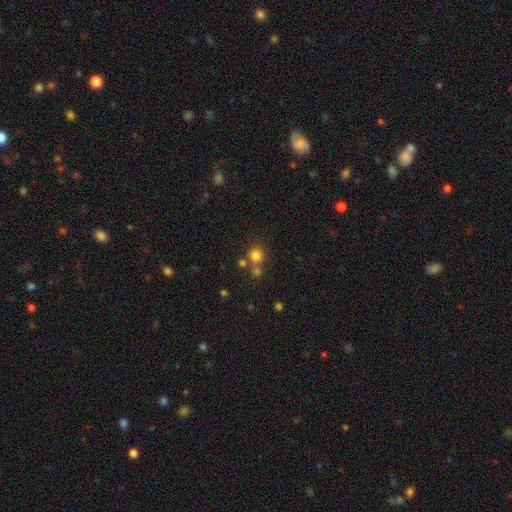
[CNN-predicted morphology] Smooth or featured? Predicted: smooth (p=0.79). How rounded? Predicted: round (p=0.88). Merging? Predicted: none (p=0.62).